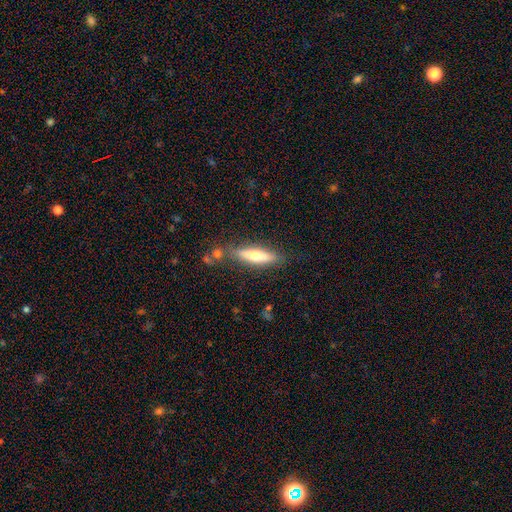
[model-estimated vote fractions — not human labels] Smooth or featured: smooth — 57% (featured or disk — 37%)
How rounded: cigar-shaped — 72% (in between — 27%)
Merging: none — 78% (minor disturbance — 13%)